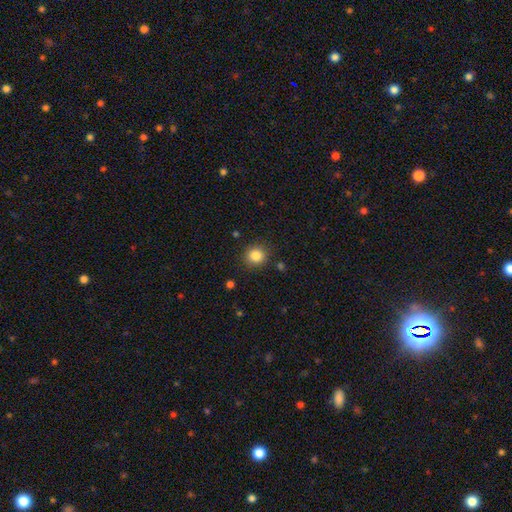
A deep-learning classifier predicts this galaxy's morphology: This appears to be a smooth galaxy with no disk features (84%) that is round (87%). Merging: none (88%).